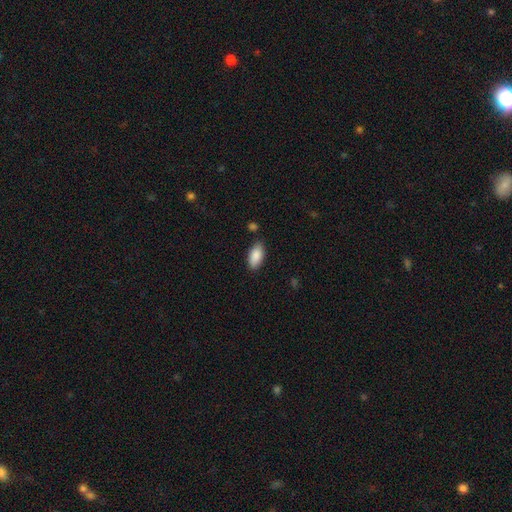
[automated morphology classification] Smooth or featured? Predicted: smooth (p=0.88). How rounded? Predicted: in between (p=0.92). Merging? Predicted: none (p=0.82).